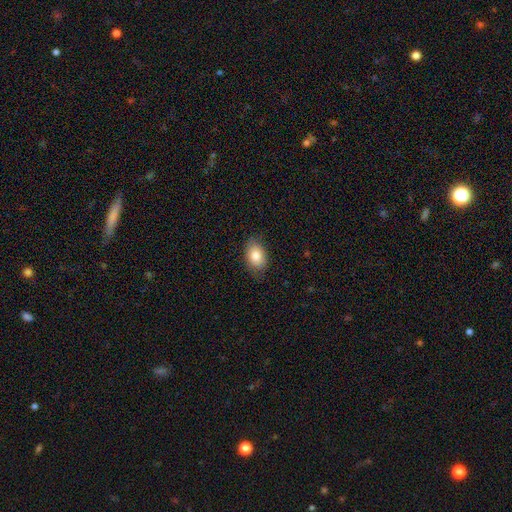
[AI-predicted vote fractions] This appears to be a smooth galaxy with no disk features (83%) that is in between round and cigar-shaped (85%). Merging: none (81%).